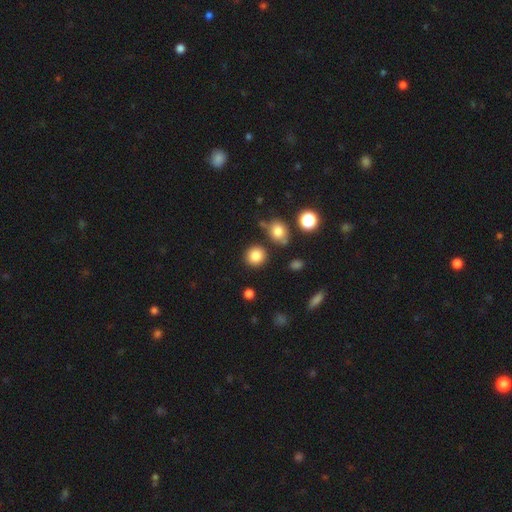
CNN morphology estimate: type=smooth (84%); roundness=round (89%); merging=none (85%).